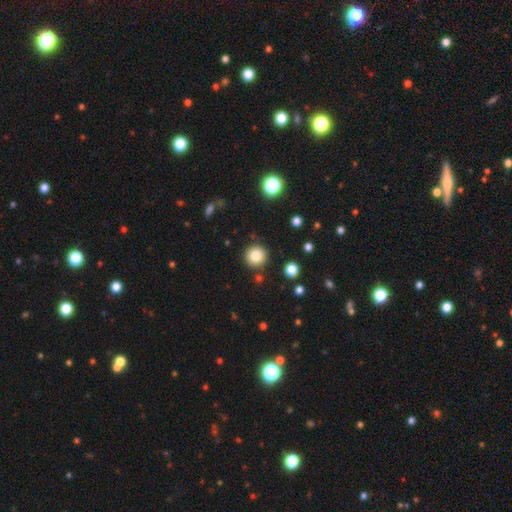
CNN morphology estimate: type=smooth (83%); roundness=round (94%); merging=none (88%).